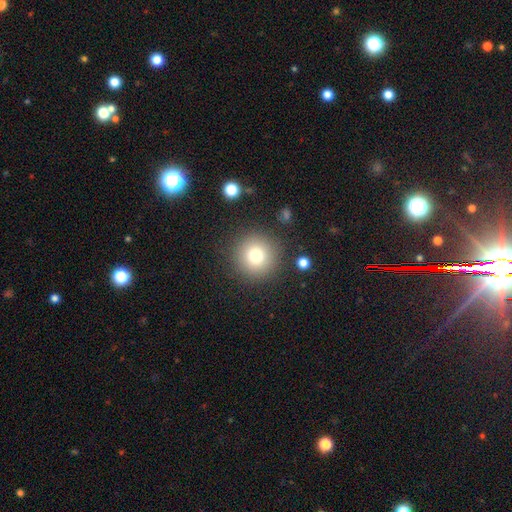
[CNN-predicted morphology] A smooth galaxy with no disk features (78%) that is round (96%).

Vote fractions:
- Smooth or featured? smooth: 78% / star or artifact: 12% / featured or disk: 10%
- How rounded? round: 96% / in between: 3% / cigar-shaped: 1%
- Merging? none: 87% / minor disturbance: 7% / major disturbance: 3% / merger: 2%